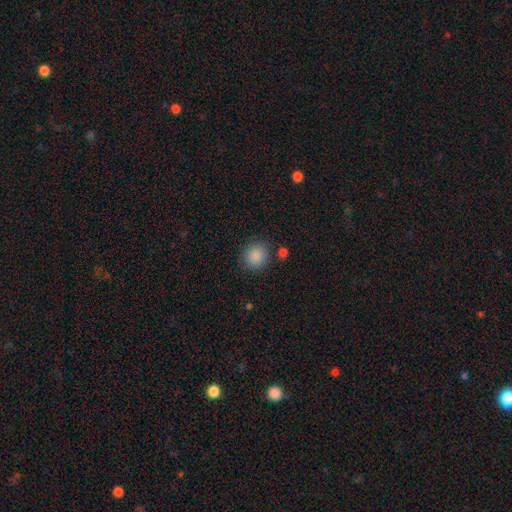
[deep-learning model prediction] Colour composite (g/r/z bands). It shows a smooth galaxy with no disk features (87%) that is round (87%). Merging: none (84%).